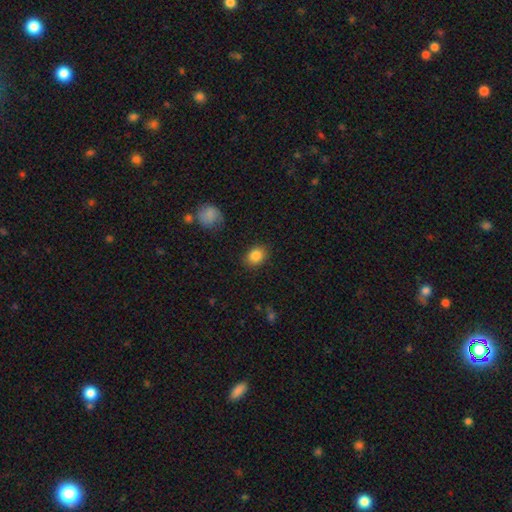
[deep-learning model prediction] Smooth or featured? Predicted: smooth (p=0.85). How rounded? Predicted: in between (p=0.52). Merging? Predicted: none (p=0.86).